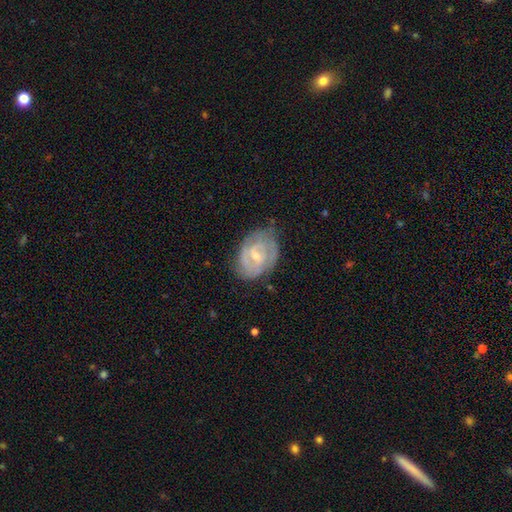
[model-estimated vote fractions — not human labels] Morphology: type=featured or disk (76%); edge-on=no (97%); bar=weak (55%); spiral arms=yes (82%); winding=tight (56%); arm count=2 (51%); bulge=small (54%); merging=none (63%).